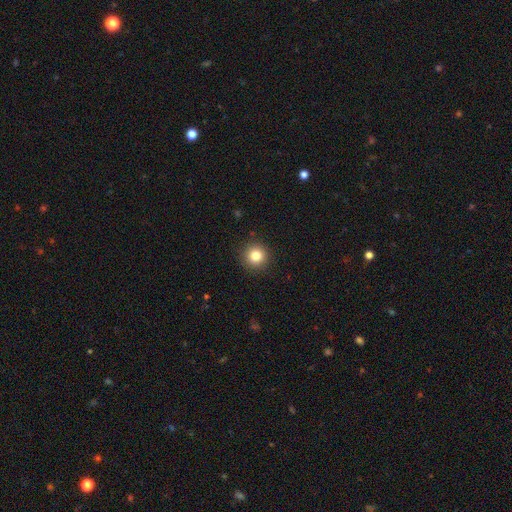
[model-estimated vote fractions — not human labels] Smooth or featured? smooth (82%)
How rounded? round (95%)
Merging? none (92%)